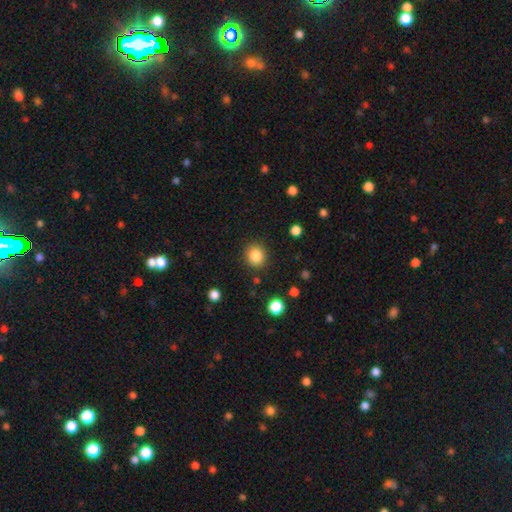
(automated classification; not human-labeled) Q: Smooth or featured?
A: smooth (85%); runner-up: star or artifact (10%)
Q: How rounded?
A: round (82%); runner-up: in between (17%)
Q: Merging?
A: none (88%); runner-up: minor disturbance (8%)